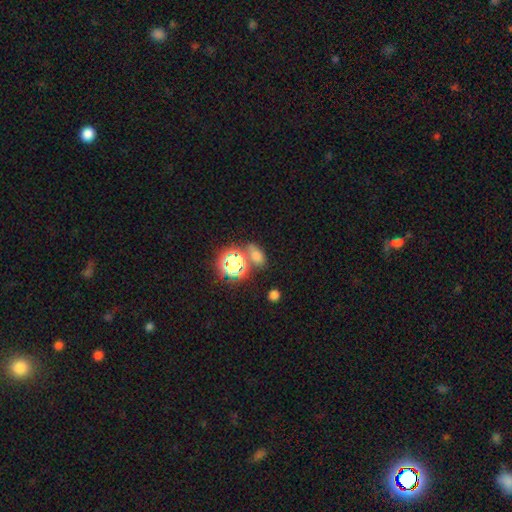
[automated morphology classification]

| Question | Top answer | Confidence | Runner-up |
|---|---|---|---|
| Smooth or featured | smooth | 60% | star or artifact (31%) |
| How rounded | in between | 66% | round (31%) |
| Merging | none | 58% | merger (22%) |